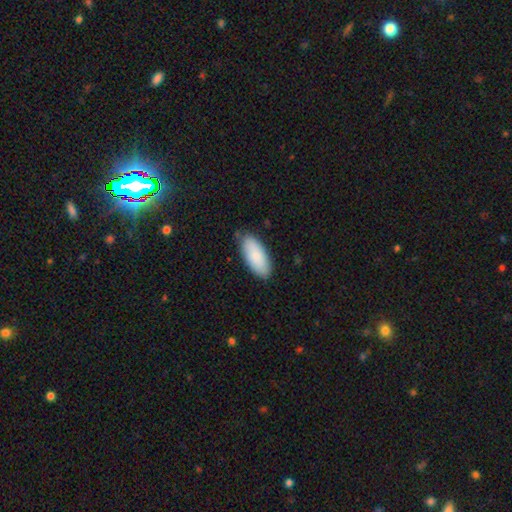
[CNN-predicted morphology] smooth 86%, featured or disk 9%, star or artifact 5%. Down the decision tree: how rounded — in between (87%); merging — none (82%).